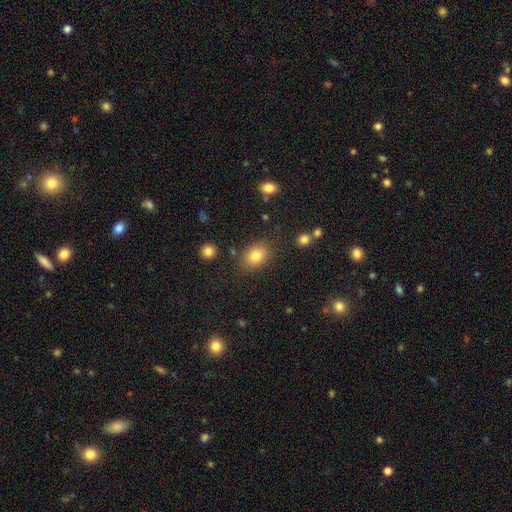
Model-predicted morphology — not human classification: Smooth or featured: smooth — 82% (star or artifact — 10%)
How rounded: in between — 70% (round — 29%)
Merging: none — 81% (minor disturbance — 11%)